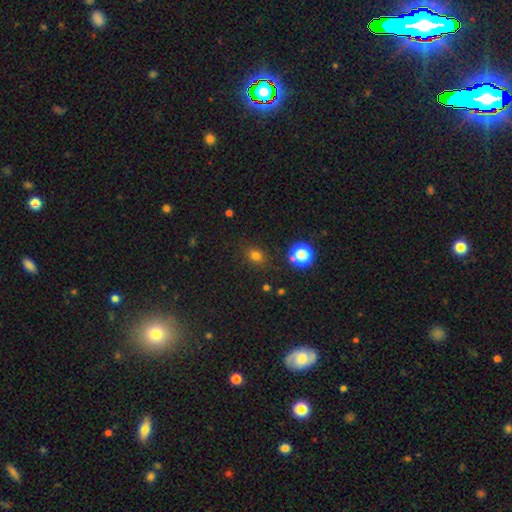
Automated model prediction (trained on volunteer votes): Overall: smooth (73%). How rounded: round (54%; in between 44%). Merging: none (84%).